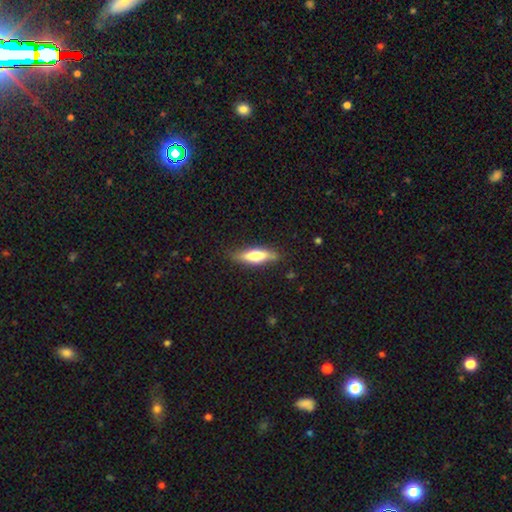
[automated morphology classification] A smooth galaxy with no disk features (61%) that is cigar-shaped (61%). Merging: none (81%).